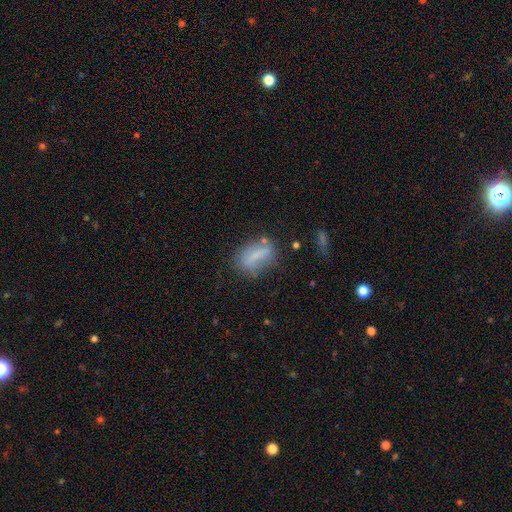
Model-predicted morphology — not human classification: smooth 58%, featured or disk 32%, star or artifact 10%. Down the decision tree: how rounded — in between (76%); merging — none (57%).